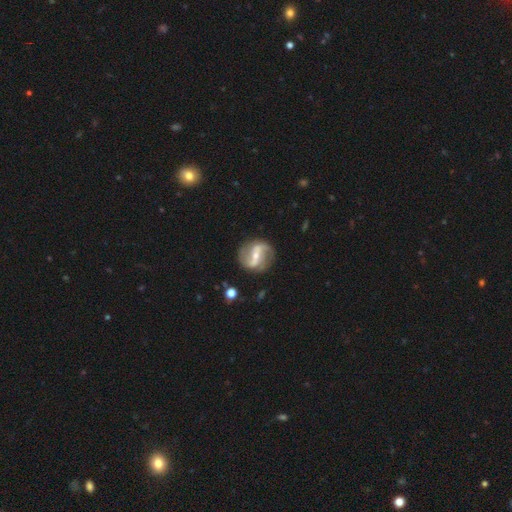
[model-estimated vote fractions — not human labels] Smooth or featured? Predicted: featured or disk (p=0.87). Edge-on disk? Predicted: no (p=0.97). Bar? Predicted: strong (p=0.52). Spiral arms? Predicted: yes (p=0.94). Spiral winding? Predicted: loose (p=0.42). Spiral arm count? Predicted: 2 (p=0.89). Bulge size? Predicted: small (p=0.50). Merging? Predicted: none (p=0.80).